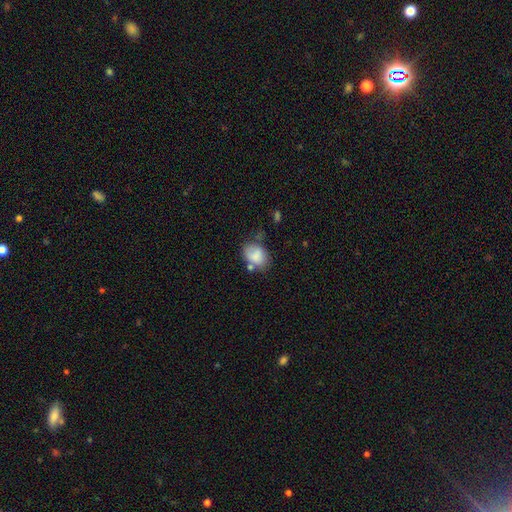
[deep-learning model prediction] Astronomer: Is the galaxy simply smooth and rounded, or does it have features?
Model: smooth — 79%.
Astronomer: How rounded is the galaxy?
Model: in between — 72%.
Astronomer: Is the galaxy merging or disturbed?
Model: none — 46% (runner-up: minor disturbance, 28%).